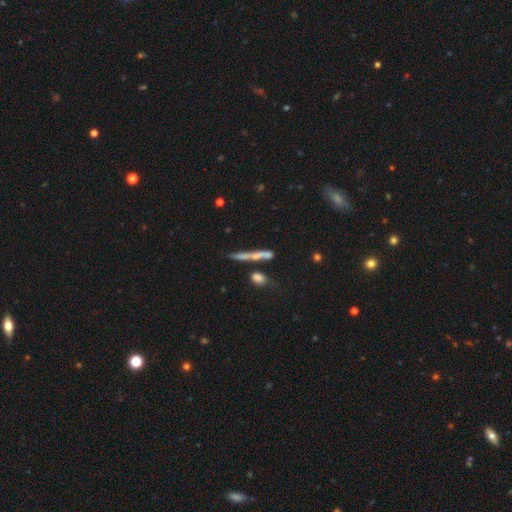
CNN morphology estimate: This appears to be a smooth galaxy with no disk features (49%). Merging: none (63%).